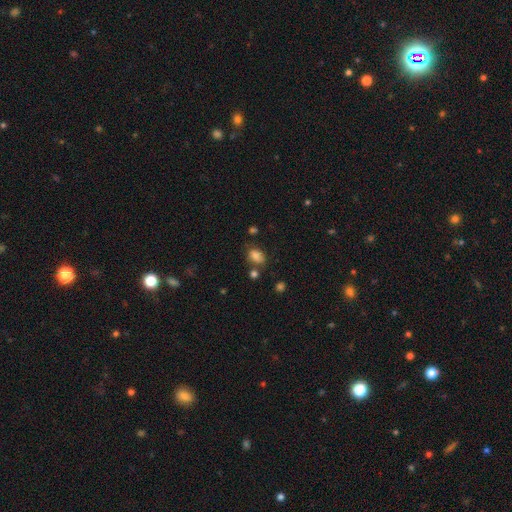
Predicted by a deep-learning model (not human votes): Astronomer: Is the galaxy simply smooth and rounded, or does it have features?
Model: smooth — 80%.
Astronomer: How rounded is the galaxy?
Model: in between — 72%.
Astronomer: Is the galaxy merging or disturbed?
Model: none — 63%.